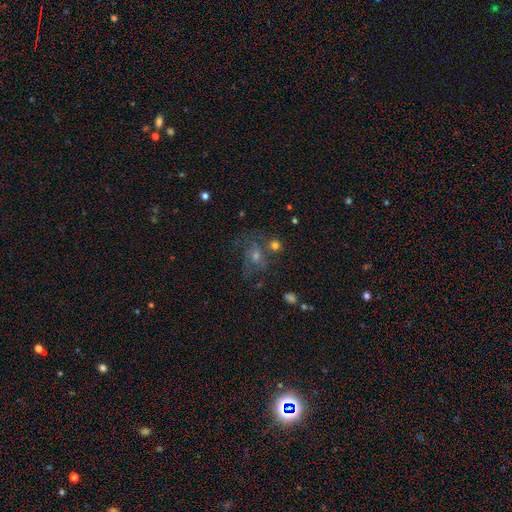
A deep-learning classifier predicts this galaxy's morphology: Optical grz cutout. It shows a featured or disk galaxy (56%) with no bar (66%), spiral arms (77%) and a moderate central bulge (45%). Merging: none (55%).